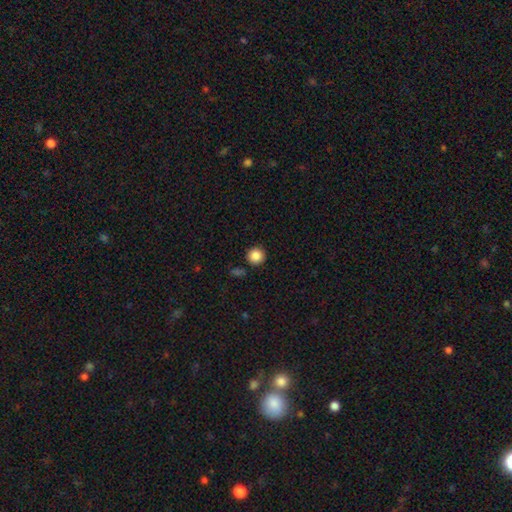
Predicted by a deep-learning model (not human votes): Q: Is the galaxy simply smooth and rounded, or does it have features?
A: smooth — 86%.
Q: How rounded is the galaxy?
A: round — 95%.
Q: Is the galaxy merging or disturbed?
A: none — 90%.